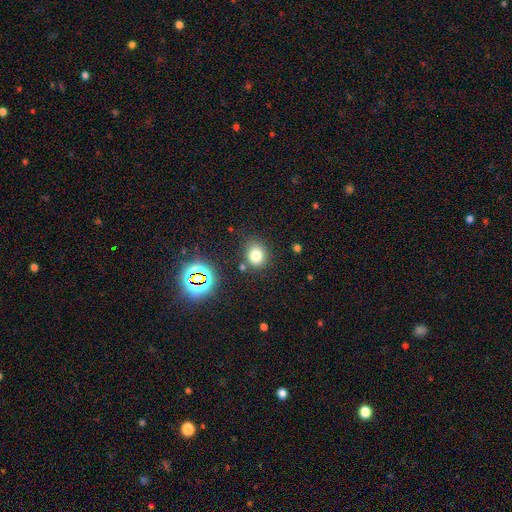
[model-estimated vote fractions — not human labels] Overall: smooth (75%). How rounded: round (68%; in between 31%). Merging: none (74%).